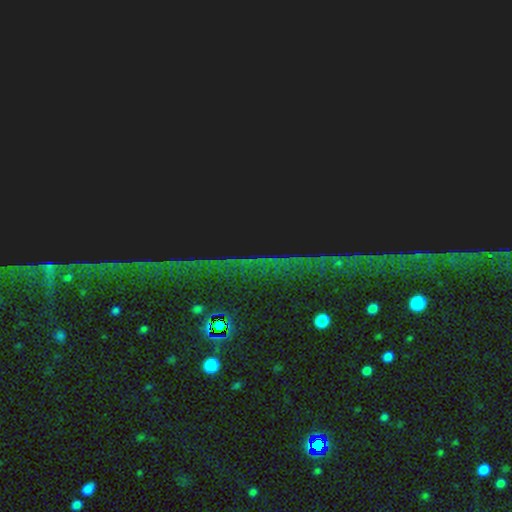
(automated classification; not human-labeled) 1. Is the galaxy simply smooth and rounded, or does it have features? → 84% star or artifact, 8% smooth, 8% featured or disk.